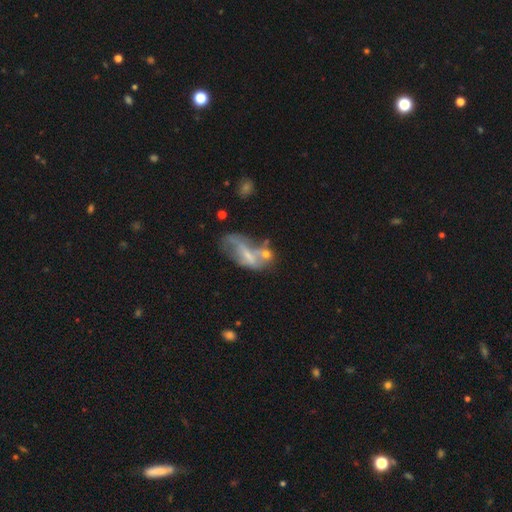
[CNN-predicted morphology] This is possibly a featured or disk galaxy (53%). It is clearly not viewed edge-on (88%). Merging: marginally none (28%).